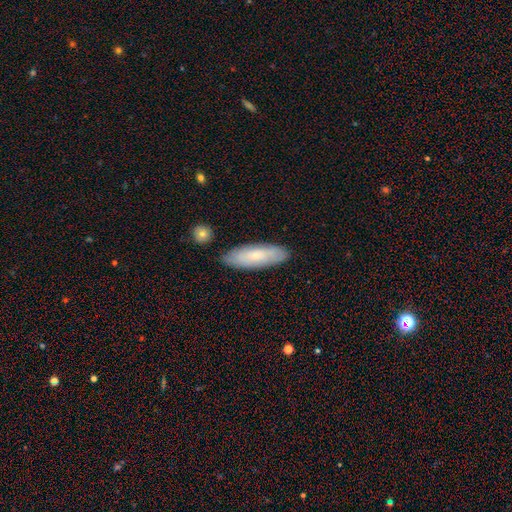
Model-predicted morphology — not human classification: type=smooth (73%); roundness=in between (52%); merging=none (85%).